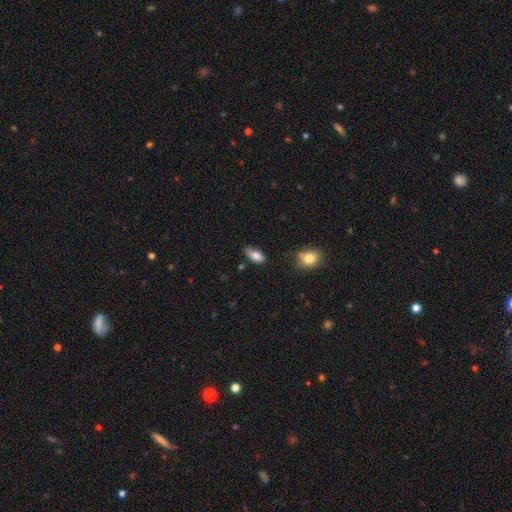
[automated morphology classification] This appears to be a smooth galaxy with no disk features (83%) that is in between round and cigar-shaped (89%). Merging: none (59%).